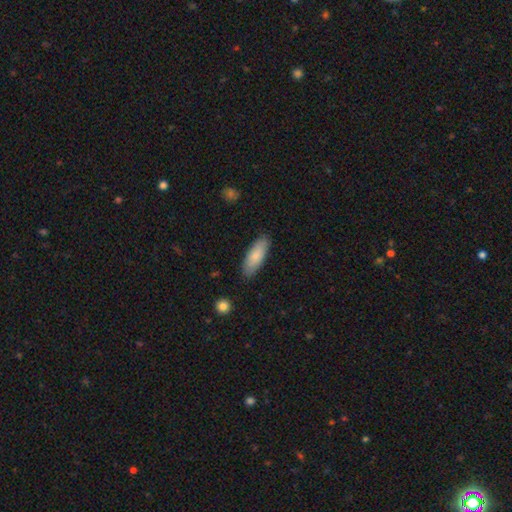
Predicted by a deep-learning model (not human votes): A smooth galaxy with no disk features (83%) that is in between round and cigar-shaped (65%).

Vote fractions:
- Smooth or featured? smooth: 83% / featured or disk: 11% / star or artifact: 6%
- How rounded? in between: 65% / cigar-shaped: 34% / round: 2%
- Merging? none: 86% / minor disturbance: 10% / major disturbance: 2% / merger: 1%